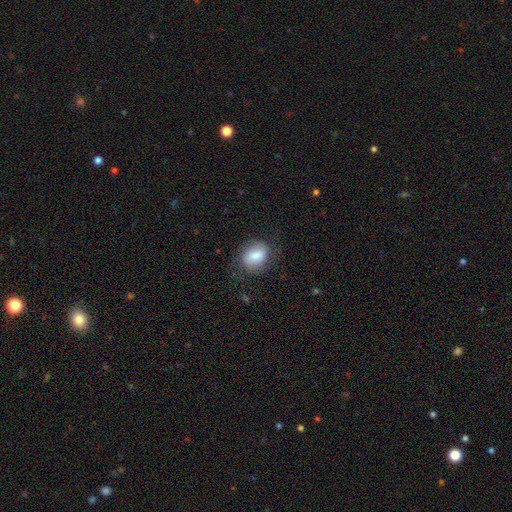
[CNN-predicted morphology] This appears to be a smooth galaxy with no disk features (76%) that is in between round and cigar-shaped (64%). Merging: none (70%).